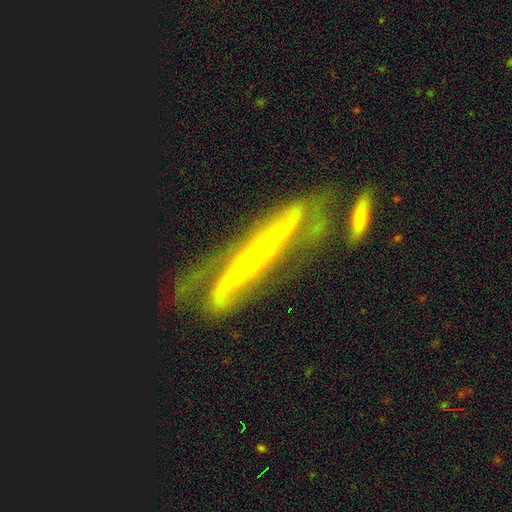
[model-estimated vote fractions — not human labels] Q: Smooth or featured?
A: featured or disk (80%); runner-up: smooth (12%)
Q: Edge-on disk?
A: no (56%); runner-up: yes (44%)
Q: Merging?
A: none (44%); runner-up: minor disturbance (20%)